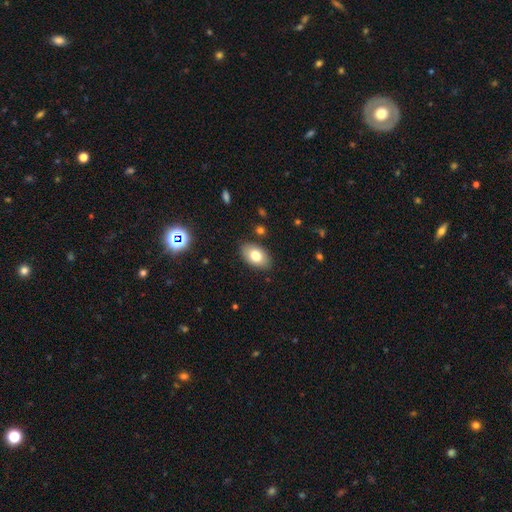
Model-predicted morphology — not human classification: Smooth or featured? Predicted: smooth (p=0.78). How rounded? Predicted: in between (p=0.90). Merging? Predicted: none (p=0.86).